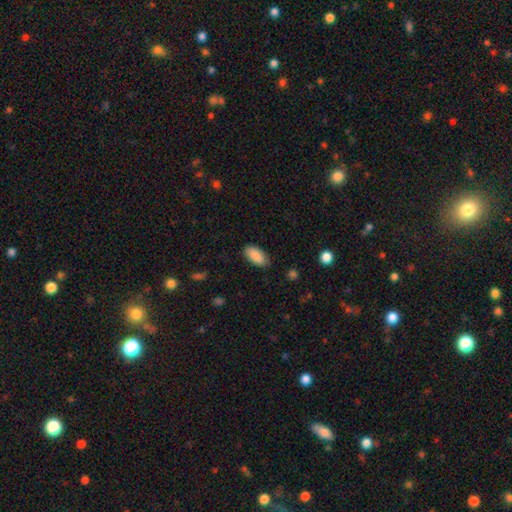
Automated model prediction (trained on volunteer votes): Morphology: type=smooth (89%); roundness=in between (93%); merging=none (84%).